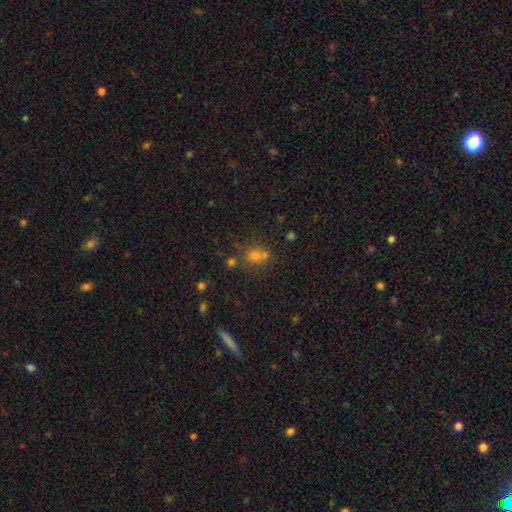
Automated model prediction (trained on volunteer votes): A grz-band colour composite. It shows a smooth galaxy with no disk features (60%) that is round (63%). Merging: none (52%).